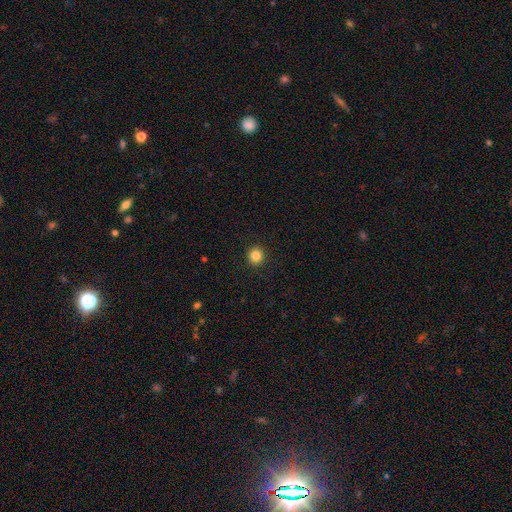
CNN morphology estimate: Smooth or featured: smooth — 85% (star or artifact — 11%)
How rounded: round — 91% (in between — 8%)
Merging: none — 93% (minor disturbance — 5%)